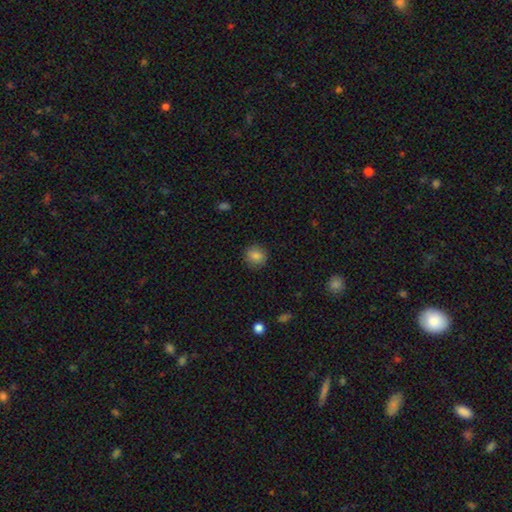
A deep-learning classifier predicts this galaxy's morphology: Overall: smooth (86%). How rounded: round (88%). Merging: none (90%).